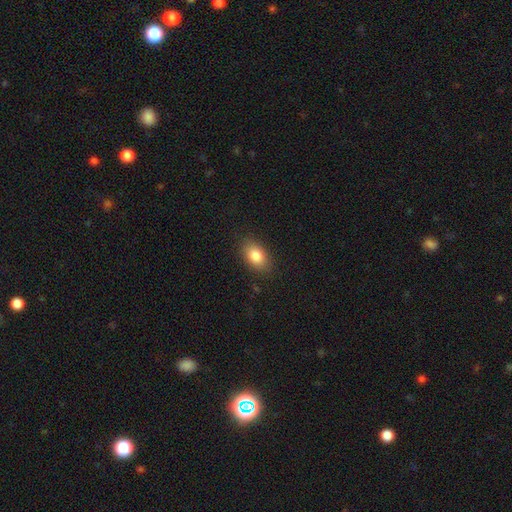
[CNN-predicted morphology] This appears to be a smooth galaxy with no disk features (84%) that is in between round and cigar-shaped (86%). Merging: none (86%).